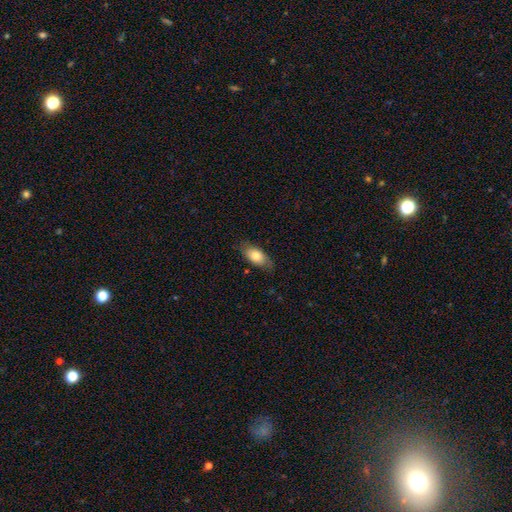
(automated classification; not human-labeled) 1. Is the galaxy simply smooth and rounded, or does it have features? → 77% smooth, 16% featured or disk, 7% star or artifact.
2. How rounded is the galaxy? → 88% in between, 7% cigar-shaped, 5% round.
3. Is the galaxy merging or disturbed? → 77% none, 18% minor disturbance, 4% major disturbance, 1% merger.